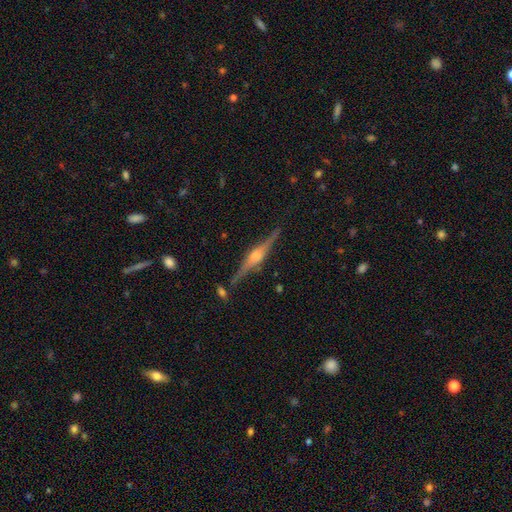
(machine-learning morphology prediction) Smooth or featured?
  - featured or disk: 85% *
  - smooth: 9%
  - star or artifact: 6%
Edge-on disk?
  - yes: 98% *
  - no: 2%
Edge-on bulge?
  - rounded: 87% *
  - boxy: 10%
  - none: 3%
Merging?
  - none: 85% *
  - minor disturbance: 9%
  - merger: 3%
  - major disturbance: 2%